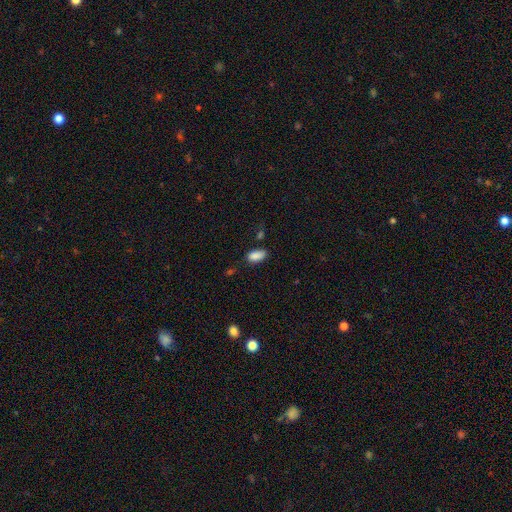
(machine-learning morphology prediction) Smooth or featured? smooth (88%)
How rounded? in between (91%)
Merging? none (74%)